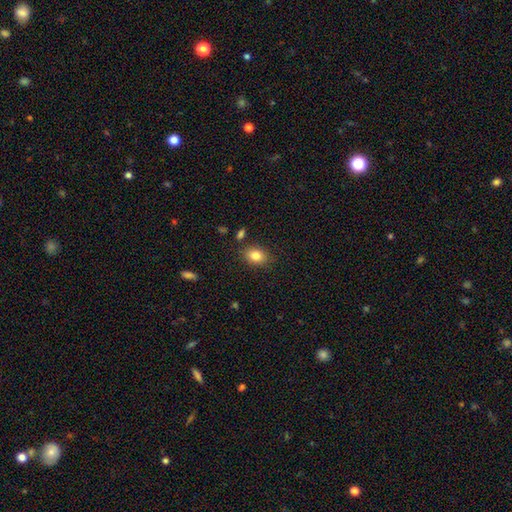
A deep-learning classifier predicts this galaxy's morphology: Smooth or featured? smooth (83%)
How rounded? in between (70%)
Merging? none (83%)